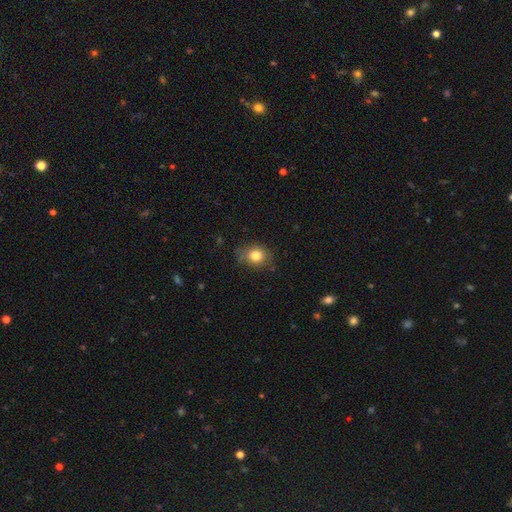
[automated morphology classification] Smooth or featured: smooth — 81% (star or artifact — 10%)
How rounded: round — 65% (in between — 34%)
Merging: none — 75% (minor disturbance — 19%)